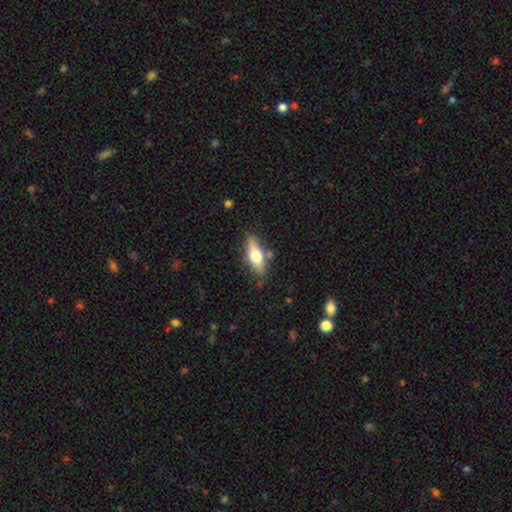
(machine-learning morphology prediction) This is possibly a smooth galaxy (58%). How rounded: likely in between (60%). Merging: likely none (79%).